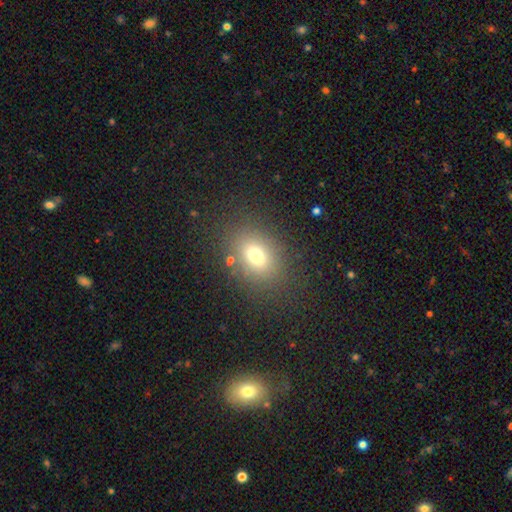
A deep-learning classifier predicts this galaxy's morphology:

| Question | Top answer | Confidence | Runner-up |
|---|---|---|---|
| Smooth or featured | smooth | 70% | star or artifact (17%) |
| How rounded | in between | 60% | round (38%) |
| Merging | none | 81% | minor disturbance (10%) |